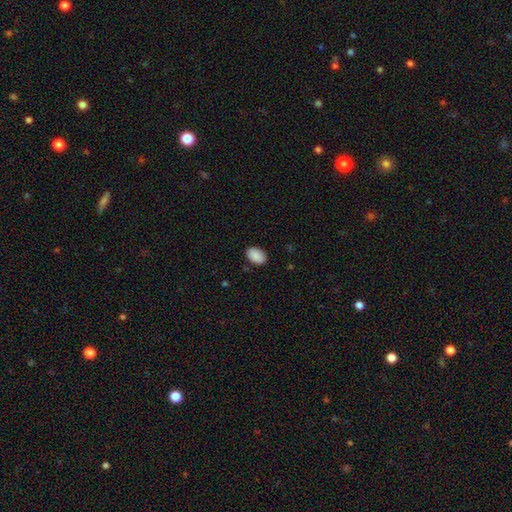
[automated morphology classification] Overall: smooth (90%). How rounded: in between (86%). Merging: none (87%).